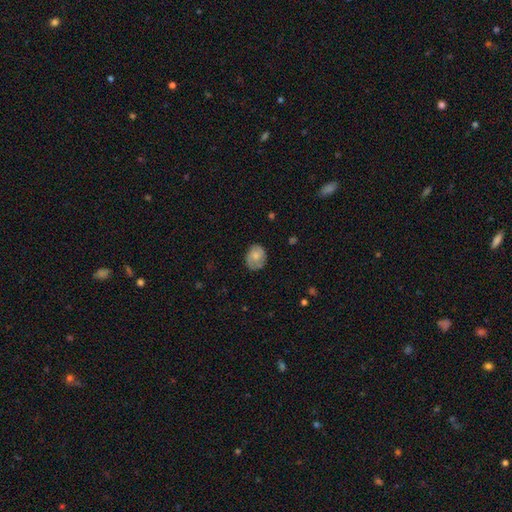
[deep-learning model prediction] A smooth galaxy with no disk features (65%) that is round (53%). Merging: none (70%).